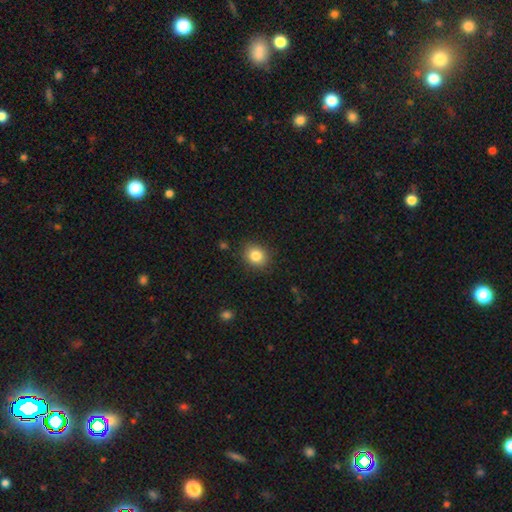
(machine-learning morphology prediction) This appears to be a smooth galaxy with no disk features (84%) that is round (67%). Merging: none (87%).